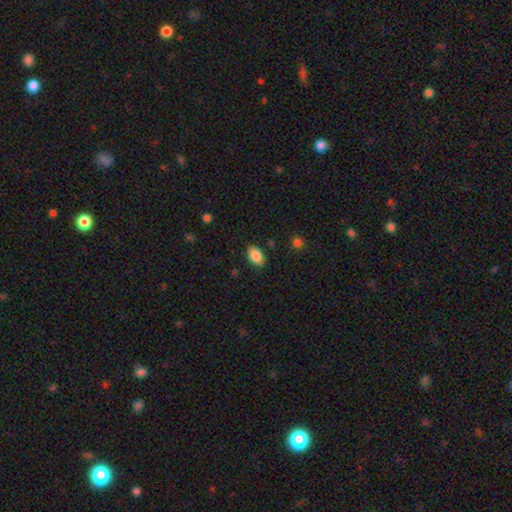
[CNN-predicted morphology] Smooth or featured? Predicted: smooth (p=0.87). How rounded? Predicted: in between (p=0.92). Merging? Predicted: none (p=0.85).